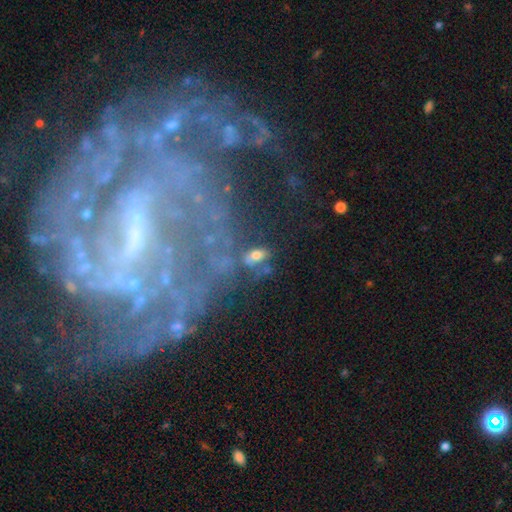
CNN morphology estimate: The model was most divided on "smooth or featured": smooth: 49%, featured or disk: 35%, star or artifact: 16%. More confident: merging — none (60%).